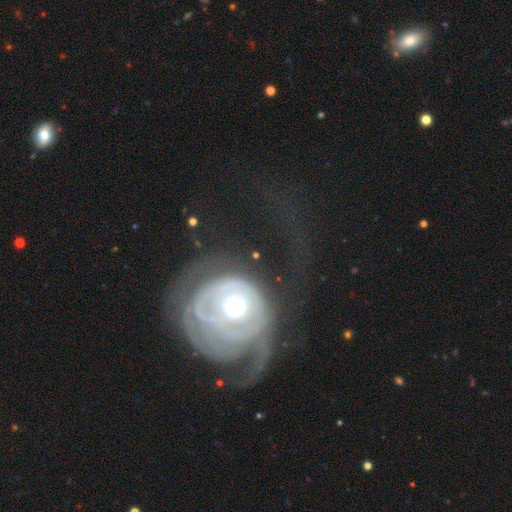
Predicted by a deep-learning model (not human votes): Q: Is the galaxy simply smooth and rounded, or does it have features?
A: featured or disk — 64%.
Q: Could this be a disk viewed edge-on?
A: no — 93%.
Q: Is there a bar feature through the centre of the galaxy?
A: no — 79%.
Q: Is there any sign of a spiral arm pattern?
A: yes — 52%.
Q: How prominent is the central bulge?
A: moderate — 62%.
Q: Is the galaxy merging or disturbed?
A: none — 43%.